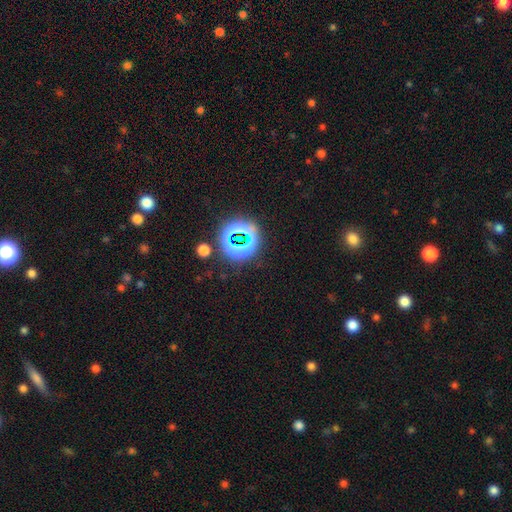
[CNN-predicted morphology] The model was most divided on "smooth or featured": star or artifact: 82%, smooth: 11%, featured or disk: 7%.